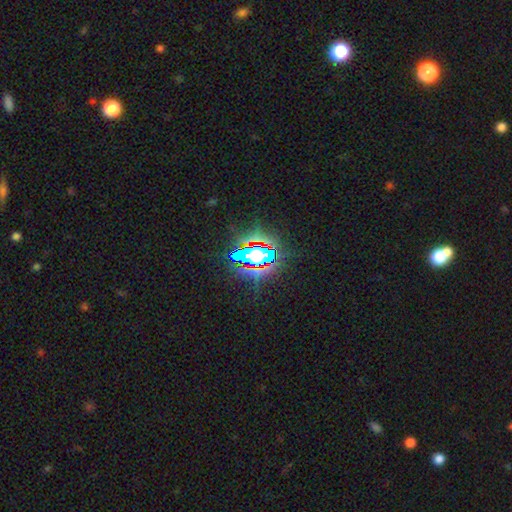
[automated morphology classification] A star or artifact, not a galaxy (69%).